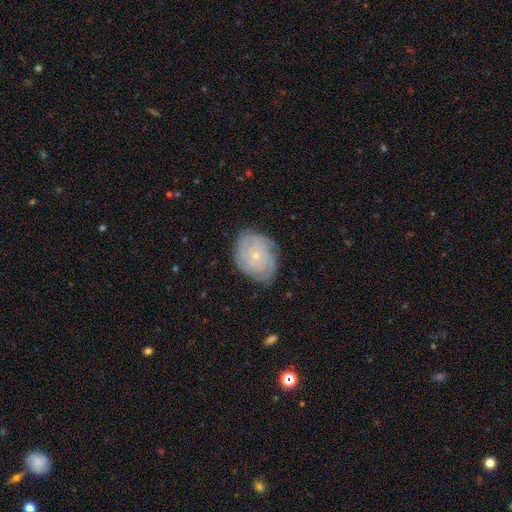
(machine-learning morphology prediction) This is likely a featured or disk galaxy (68%). It is clearly not viewed edge-on (97%). Bar: clearly no (85%). Spiral arm pattern: clearly yes (86%). Spiral arm count: possibly can't tell (50%). Spiral winding: likely tight (78%). Central bulge: likely small (80%). Merging: likely none (77%).